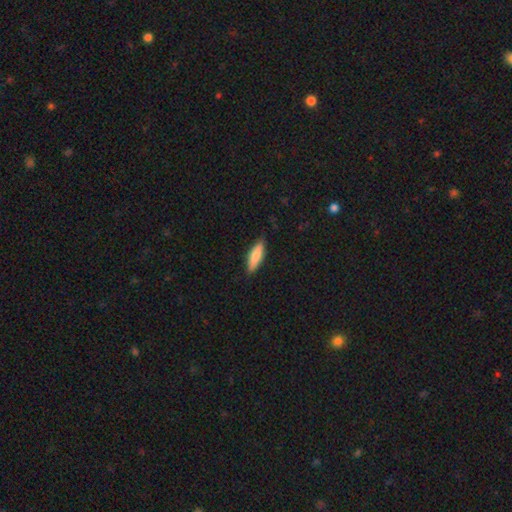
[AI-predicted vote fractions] Morphology: type=smooth (79%); roundness=cigar-shaped (59%); merging=none (85%).